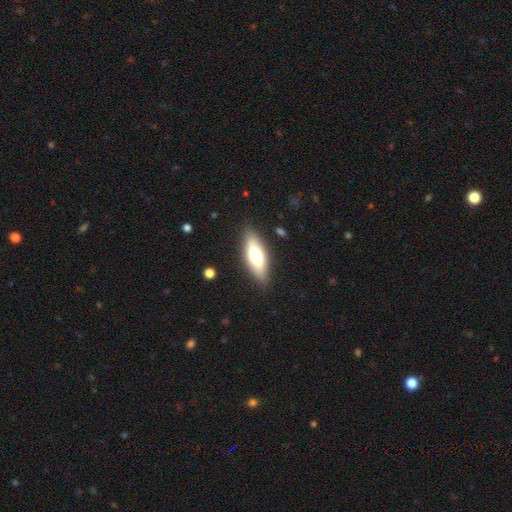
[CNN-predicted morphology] smooth-or-featured: smooth: 59% | featured or disk: 34% | star or artifact: 7%
  how-rounded: in between: 61% | cigar-shaped: 36% | round: 2%
  merging: none: 84% | minor disturbance: 12% | major disturbance: 3% | merger: 1%